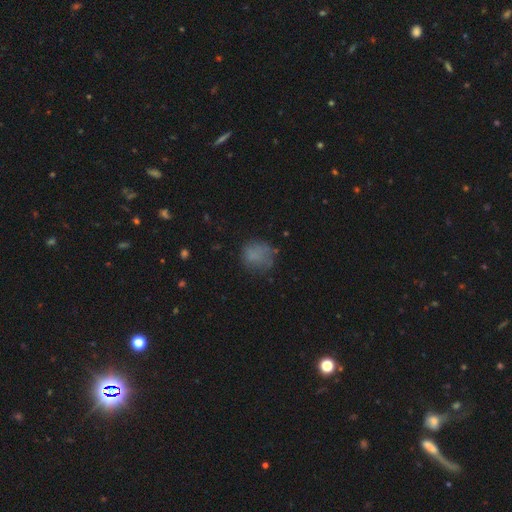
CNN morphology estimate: smooth 71%, featured or disk 14%, star or artifact 14%. Down the decision tree: how rounded — round (80%); merging — none (61%).